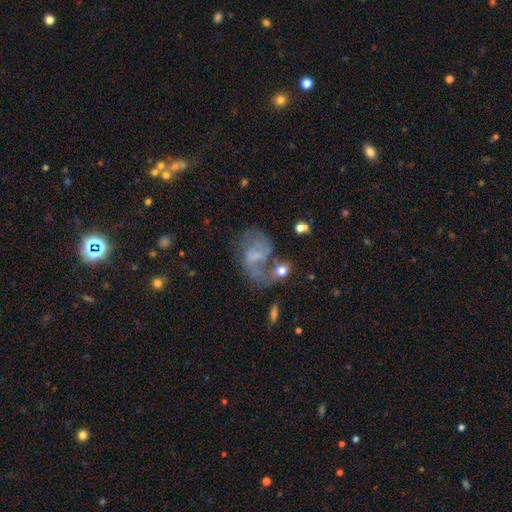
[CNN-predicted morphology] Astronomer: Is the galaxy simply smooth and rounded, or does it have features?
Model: featured or disk — 72%.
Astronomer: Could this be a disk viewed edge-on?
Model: no — 97%.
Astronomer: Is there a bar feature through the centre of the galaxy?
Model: weak — 50% (runner-up: no, 34%).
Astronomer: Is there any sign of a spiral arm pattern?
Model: yes — 85%.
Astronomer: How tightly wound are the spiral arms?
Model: loose — 47% (runner-up: medium, 41%).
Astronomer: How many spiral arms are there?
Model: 2 — 75%.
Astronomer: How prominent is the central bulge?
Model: none — 40% (runner-up: small, 37%).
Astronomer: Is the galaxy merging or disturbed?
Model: none — 42% (runner-up: major disturbance, 26%).